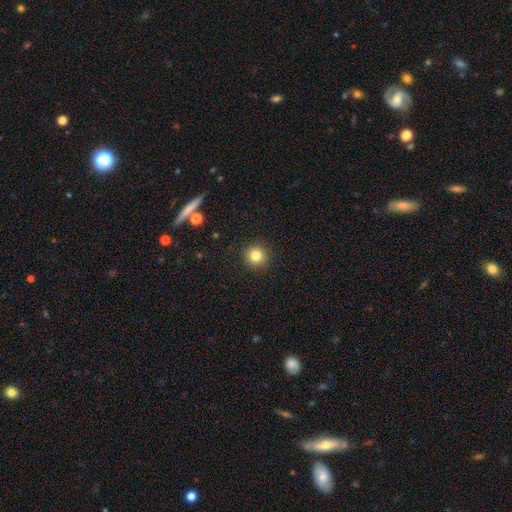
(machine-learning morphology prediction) type=smooth (81%); roundness=round (94%); merging=none (91%).